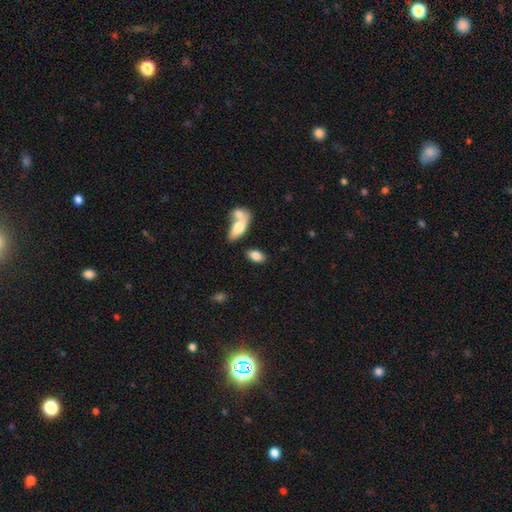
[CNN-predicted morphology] Smooth or featured: smooth — 81% (featured or disk — 12%)
How rounded: in between — 90% (cigar-shaped — 5%)
Merging: none — 63% (merger — 22%)